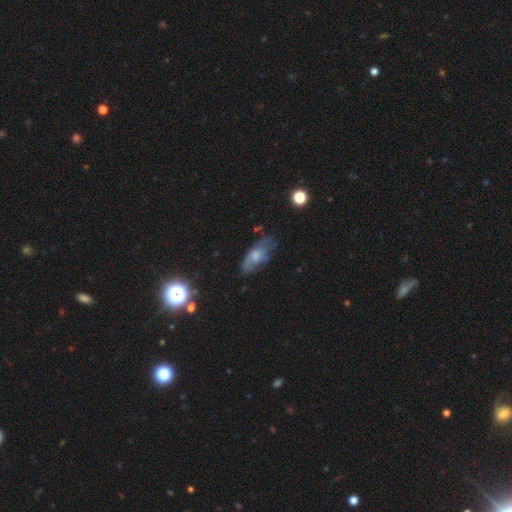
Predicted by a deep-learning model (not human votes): Overall: smooth (47%; featured or disk 42%). Merging: none (55%; minor disturbance 29%).